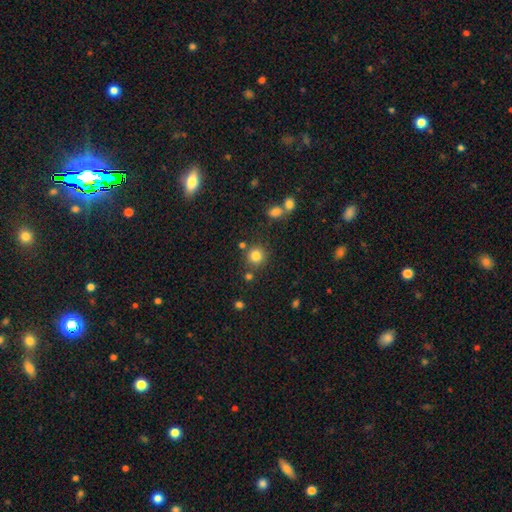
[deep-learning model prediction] smooth 82%, star or artifact 13%, featured or disk 6%. Down the decision tree: how rounded — round (92%); merging — none (79%).